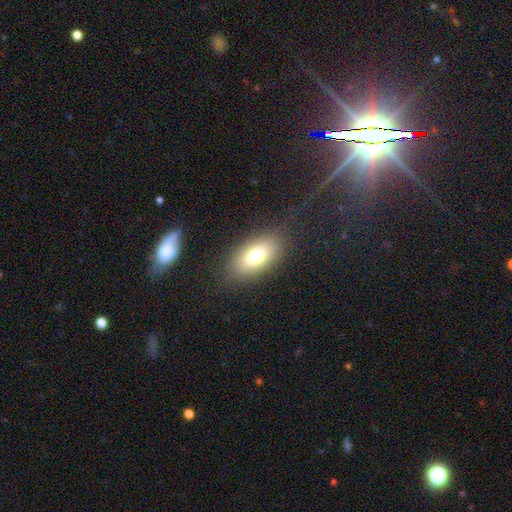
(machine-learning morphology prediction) type=smooth (74%); roundness=in between (89%); merging=none (83%).